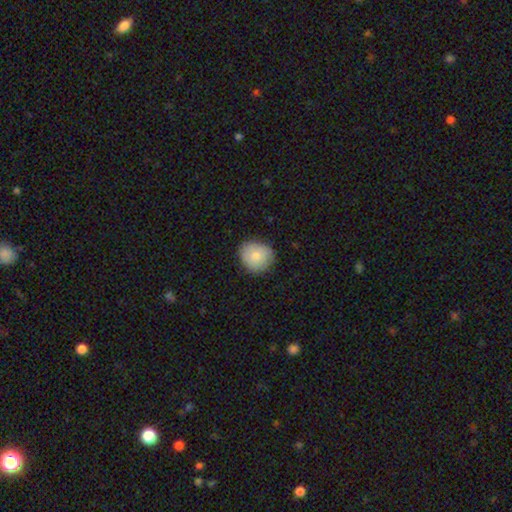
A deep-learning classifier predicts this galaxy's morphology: Q: Smooth or featured?
A: smooth (83%); runner-up: featured or disk (11%)
Q: How rounded?
A: round (79%); runner-up: in between (20%)
Q: Merging?
A: none (82%); runner-up: minor disturbance (14%)